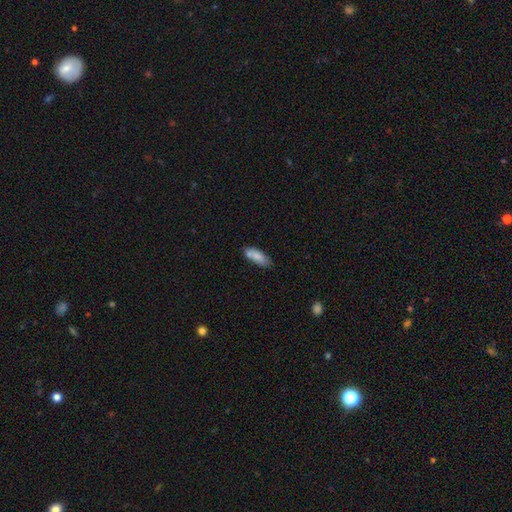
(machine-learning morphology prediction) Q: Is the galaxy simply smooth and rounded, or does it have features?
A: smooth — 81%.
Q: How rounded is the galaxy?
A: in between — 64%.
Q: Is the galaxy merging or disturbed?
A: none — 61%.